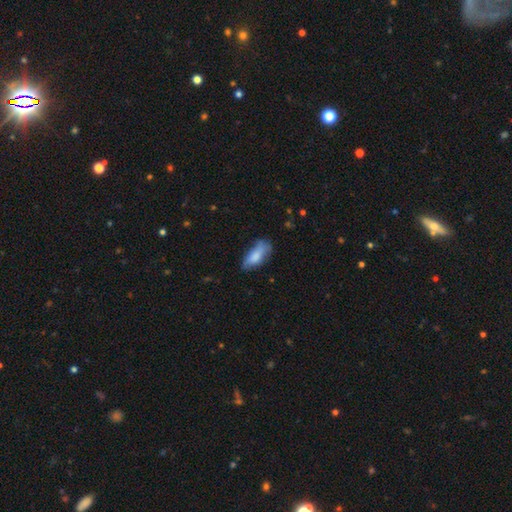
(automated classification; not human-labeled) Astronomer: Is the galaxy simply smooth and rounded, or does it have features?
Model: smooth — 77%.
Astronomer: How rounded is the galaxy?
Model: in between — 80%.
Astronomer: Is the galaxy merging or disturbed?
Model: none — 54% (runner-up: minor disturbance, 33%).